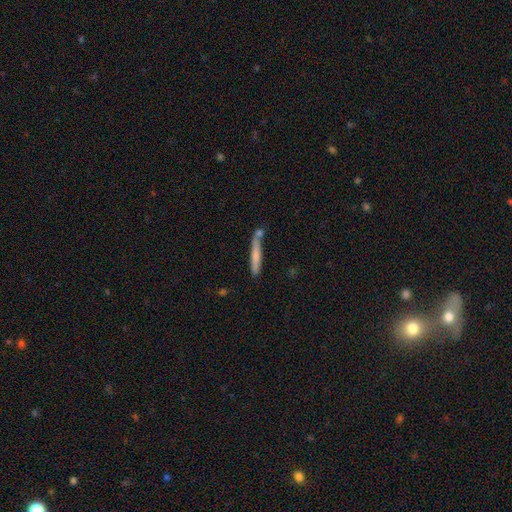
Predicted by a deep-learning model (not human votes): A smooth galaxy with no disk features (67%) that is cigar-shaped (95%).

Vote fractions:
- Smooth or featured? smooth: 67% / featured or disk: 27% / star or artifact: 6%
- How rounded? cigar-shaped: 95% / in between: 4% / round: 1%
- Merging? none: 69% / minor disturbance: 14% / merger: 13% / major disturbance: 4%